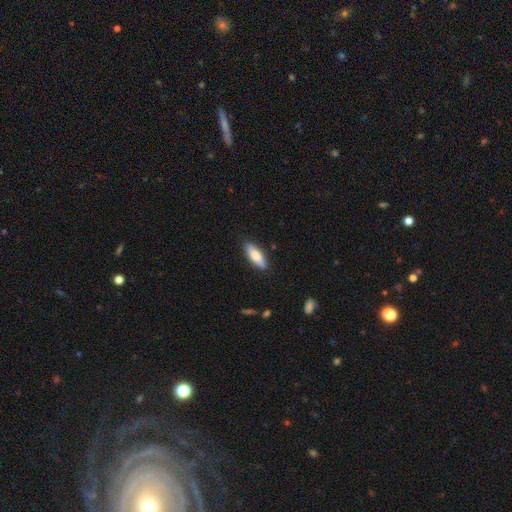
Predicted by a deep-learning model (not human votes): A smooth galaxy with no disk features (73%) that is in between round and cigar-shaped (59%). Merging: none (86%).